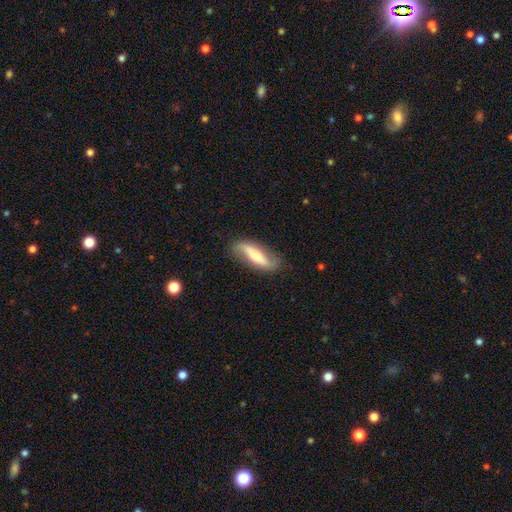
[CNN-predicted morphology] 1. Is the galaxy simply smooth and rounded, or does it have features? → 56% featured or disk, 39% smooth, 6% star or artifact.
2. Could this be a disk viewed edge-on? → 68% no, 32% yes.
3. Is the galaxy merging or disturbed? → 78% none, 16% minor disturbance, 5% major disturbance, 1% merger.